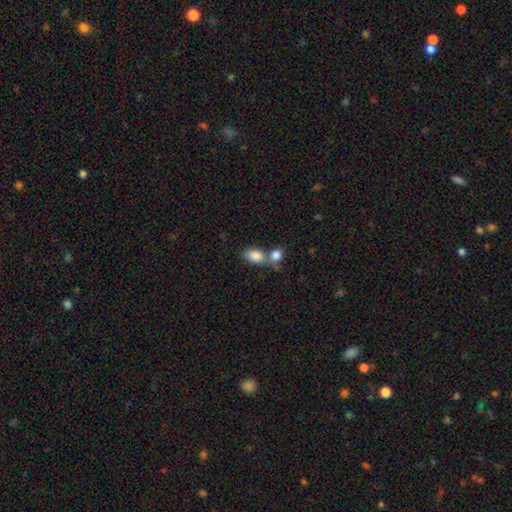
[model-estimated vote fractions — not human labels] Morphology: type=smooth (85%); roundness=in between (86%); merging=merger (49%).